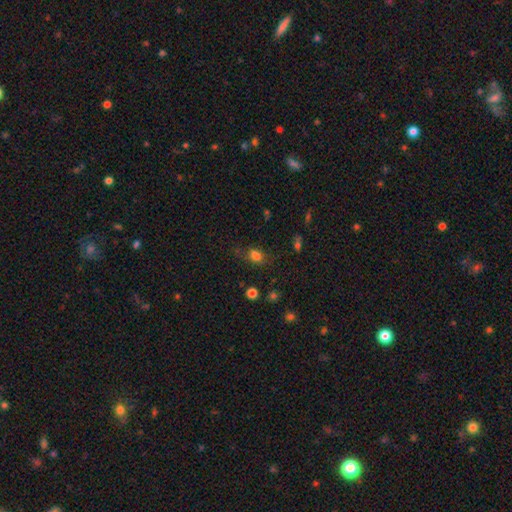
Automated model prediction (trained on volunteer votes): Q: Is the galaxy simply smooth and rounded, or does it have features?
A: smooth — 75%.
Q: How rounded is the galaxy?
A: in between — 67%.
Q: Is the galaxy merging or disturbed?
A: none — 57%.